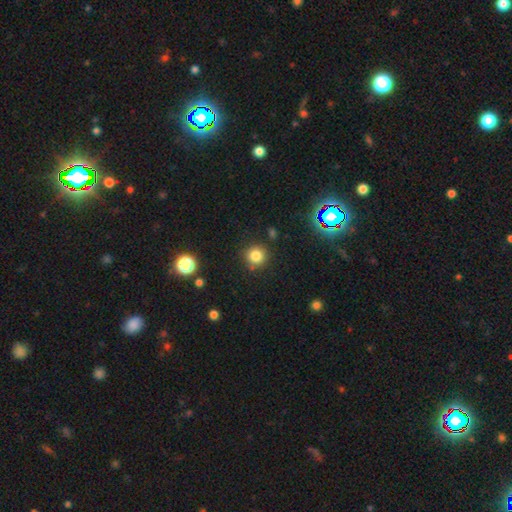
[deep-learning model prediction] Q: Smooth or featured?
A: smooth (80%); runner-up: star or artifact (14%)
Q: How rounded?
A: round (93%); runner-up: in between (6%)
Q: Merging?
A: none (87%); runner-up: minor disturbance (8%)